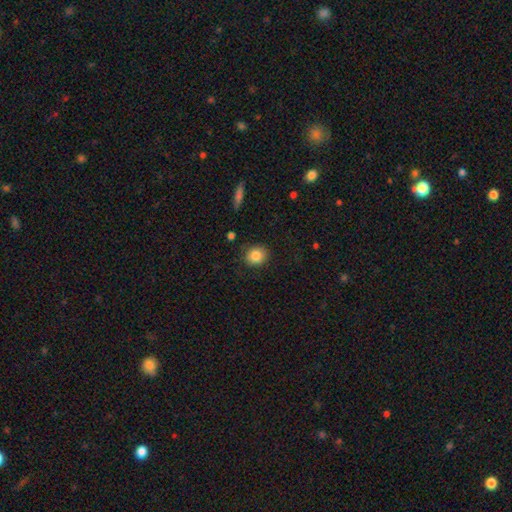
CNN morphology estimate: Smooth or featured: smooth — 84% (star or artifact — 9%)
How rounded: round — 83% (in between — 15%)
Merging: none — 87% (minor disturbance — 9%)